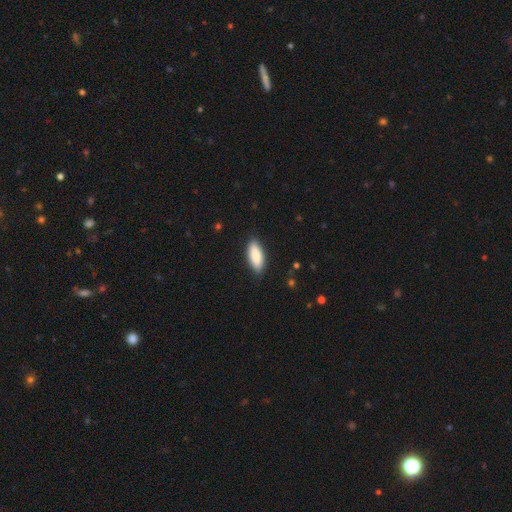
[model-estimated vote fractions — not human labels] Smooth or featured?
  - smooth: 87% *
  - featured or disk: 7%
  - star or artifact: 6%
How rounded?
  - in between: 76% *
  - cigar-shaped: 22%
  - round: 2%
Merging?
  - none: 86% *
  - minor disturbance: 11%
  - major disturbance: 2%
  - merger: 1%